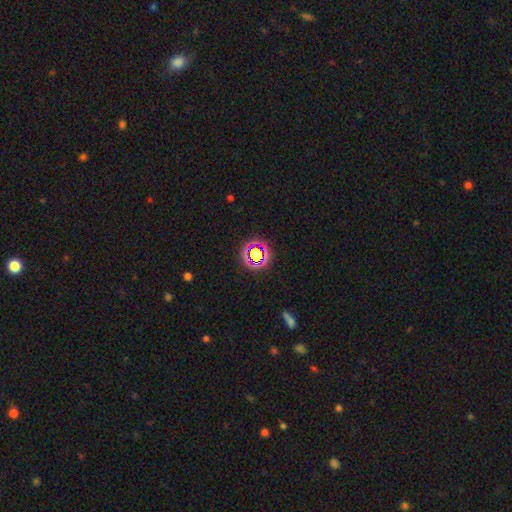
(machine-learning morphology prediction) Smooth or featured?
  - star or artifact: 56% *
  - smooth: 31%
  - featured or disk: 13%